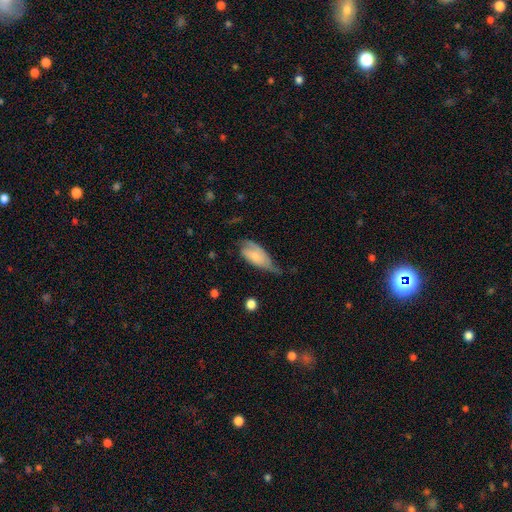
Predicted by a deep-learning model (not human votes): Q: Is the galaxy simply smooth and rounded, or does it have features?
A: smooth — 52%.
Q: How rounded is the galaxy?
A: in between — 88%.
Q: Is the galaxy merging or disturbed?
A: minor disturbance — 43%.